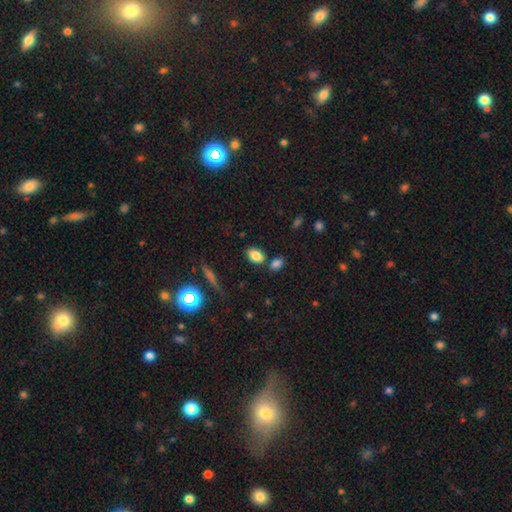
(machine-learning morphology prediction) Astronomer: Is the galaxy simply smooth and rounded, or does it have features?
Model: smooth — 83%.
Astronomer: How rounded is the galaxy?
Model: in between — 84%.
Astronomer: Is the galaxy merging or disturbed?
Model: none — 71%.